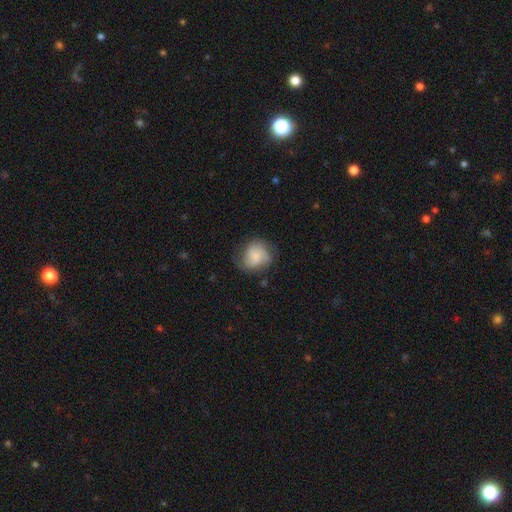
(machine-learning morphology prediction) Smooth or featured? Predicted: smooth (p=0.57). How rounded? Predicted: round (p=0.69). Merging? Predicted: none (p=0.62).